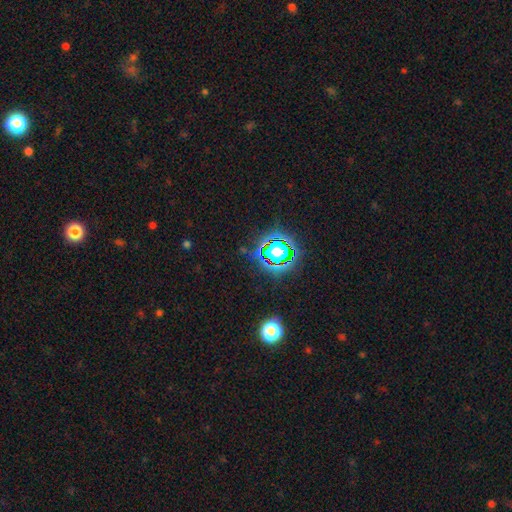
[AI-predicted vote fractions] smooth-or-featured: star or artifact: 79% | smooth: 14% | featured or disk: 7%